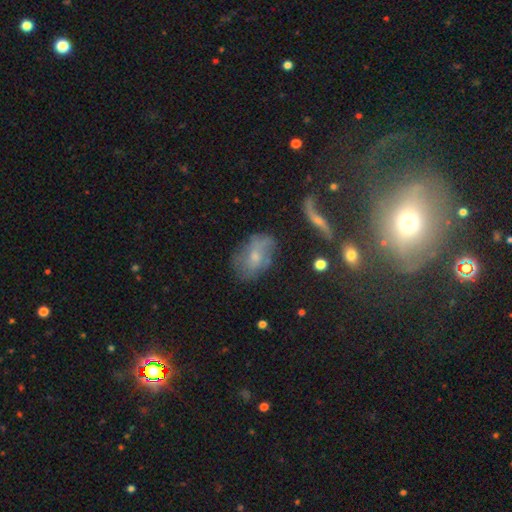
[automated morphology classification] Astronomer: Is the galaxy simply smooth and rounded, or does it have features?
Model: featured or disk — 48% (runner-up: smooth, 41%).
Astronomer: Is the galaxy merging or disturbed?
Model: none — 54%.